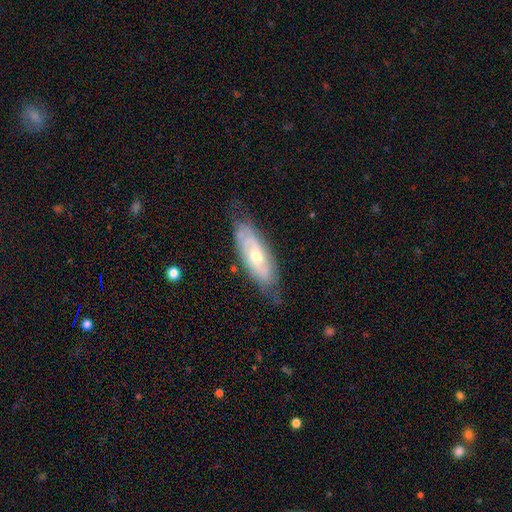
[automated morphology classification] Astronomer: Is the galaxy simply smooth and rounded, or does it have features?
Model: featured or disk — 66%.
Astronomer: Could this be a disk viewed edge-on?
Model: no — 80%.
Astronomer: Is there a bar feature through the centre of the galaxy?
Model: no — 69%.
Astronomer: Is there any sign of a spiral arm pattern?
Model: yes — 74%.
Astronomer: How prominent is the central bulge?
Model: moderate — 56% (runner-up: small, 40%).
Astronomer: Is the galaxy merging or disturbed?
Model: none — 69%.